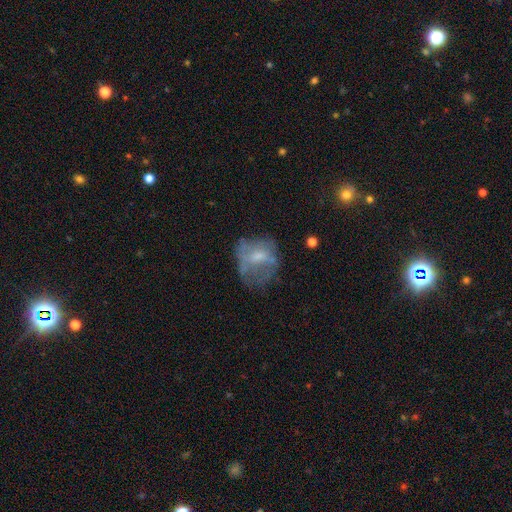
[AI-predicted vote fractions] Smooth or featured: featured or disk — 45% (smooth — 42%)
Merging: none — 45% (major disturbance — 29%)